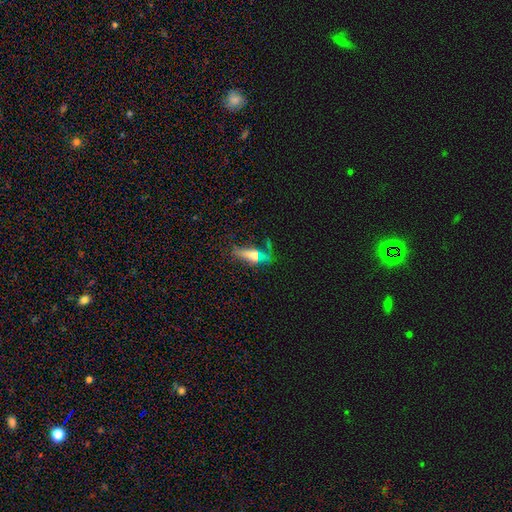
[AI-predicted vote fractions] smooth_or_featured: smooth (p=0.47) [alt: featured or disk p=0.40]
merging: none (p=0.54) [alt: minor disturbance p=0.20]